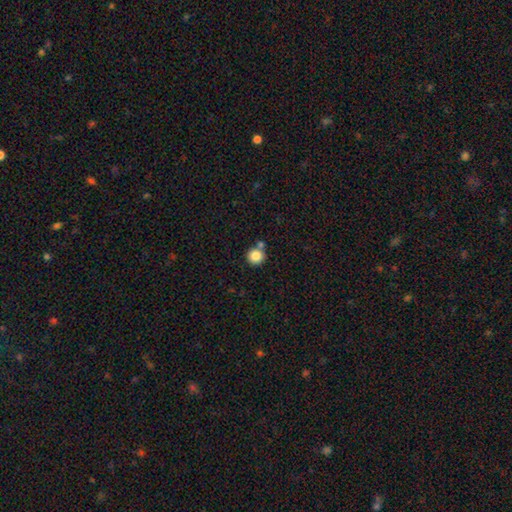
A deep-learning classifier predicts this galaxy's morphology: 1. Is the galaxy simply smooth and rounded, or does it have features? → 85% smooth, 10% star or artifact, 5% featured or disk.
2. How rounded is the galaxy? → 94% round, 5% in between, 1% cigar-shaped.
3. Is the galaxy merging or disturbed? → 72% none, 18% merger, 8% minor disturbance, 2% major disturbance.